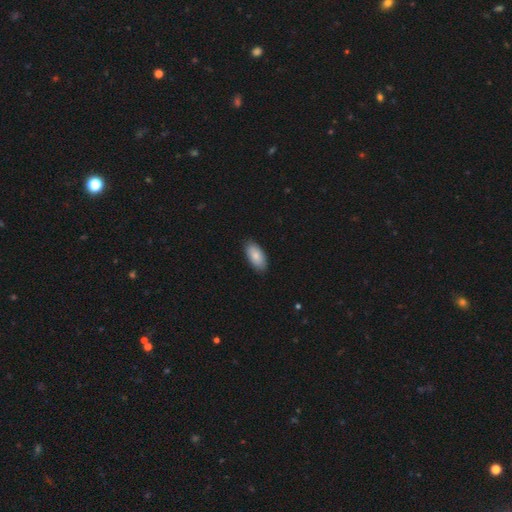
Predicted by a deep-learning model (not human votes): This is clearly a smooth galaxy (84%). How rounded: clearly in between (93%). Merging: clearly none (87%).